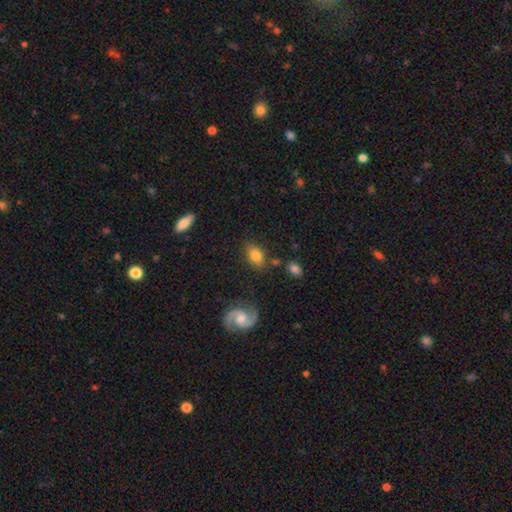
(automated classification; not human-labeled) Smooth or featured? Predicted: smooth (p=0.74). How rounded? Predicted: in between (p=0.79). Merging? Predicted: none (p=0.78).